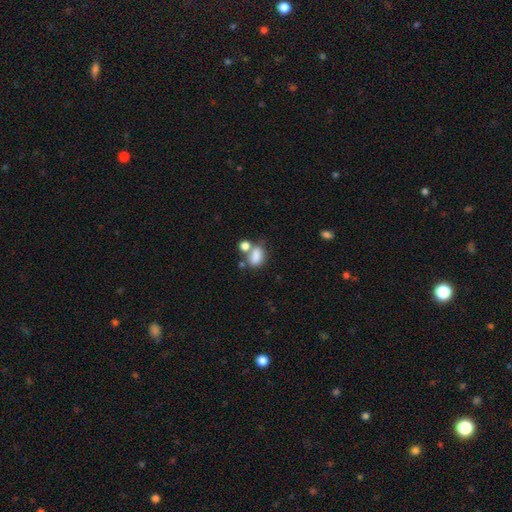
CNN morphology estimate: Smooth or featured? smooth (81%)
How rounded? in between (81%)
Merging? merger (40%)